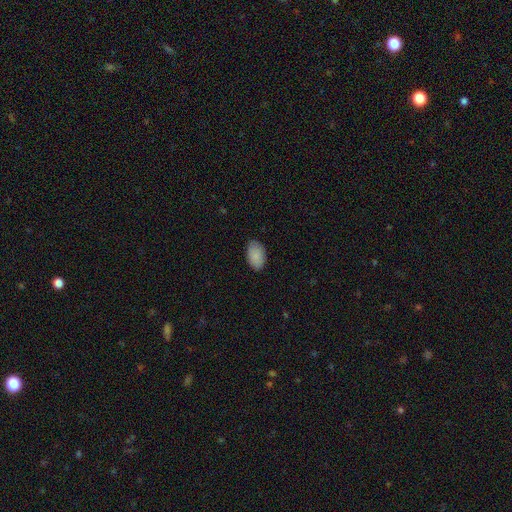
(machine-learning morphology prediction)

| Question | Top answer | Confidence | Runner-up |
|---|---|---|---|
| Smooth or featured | smooth | 89% | star or artifact (6%) |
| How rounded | in between | 93% | round (6%) |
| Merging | none | 85% | minor disturbance (12%) |